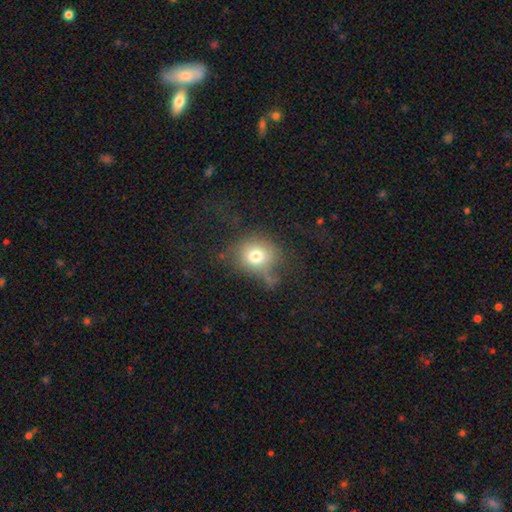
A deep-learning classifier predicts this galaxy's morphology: The model was most divided on "merging": none: 54%, minor disturbance: 24%, major disturbance: 18%, merger: 4%. More confident: how rounded — round (73%); smooth or featured — smooth (73%).